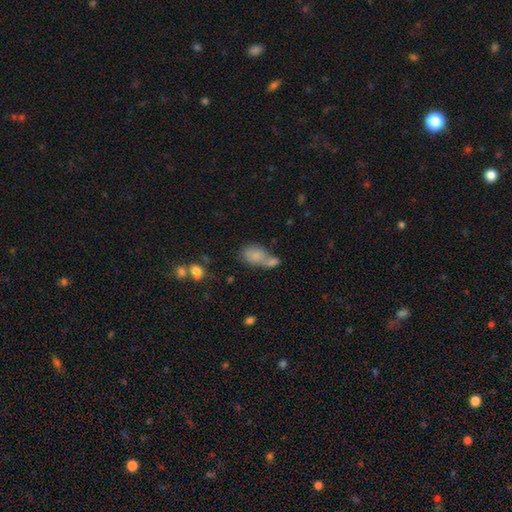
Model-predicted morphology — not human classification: smooth_or_featured: smooth (p=0.78) [alt: featured or disk p=0.12]
how_rounded: in between (p=0.81) [alt: round p=0.16]
merging: merger (p=0.56) [alt: none p=0.25]